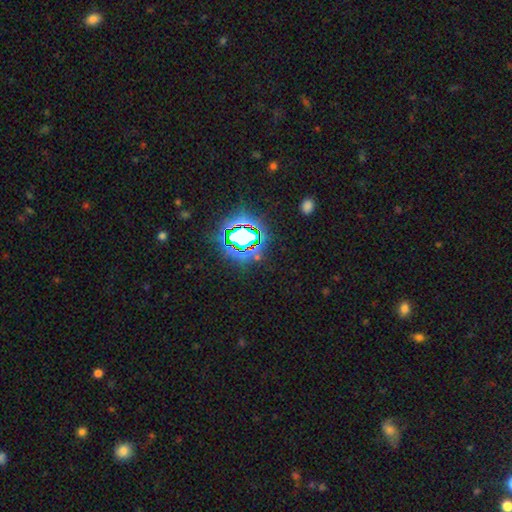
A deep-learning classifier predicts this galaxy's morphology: smooth-or-featured: star or artifact: 73% | smooth: 17% | featured or disk: 9%